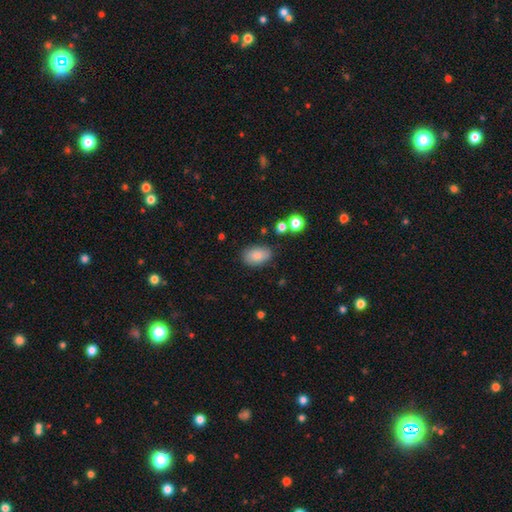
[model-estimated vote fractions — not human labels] This appears to be a smooth galaxy with no disk features (83%) that is in between round and cigar-shaped (87%). Merging: none (81%).